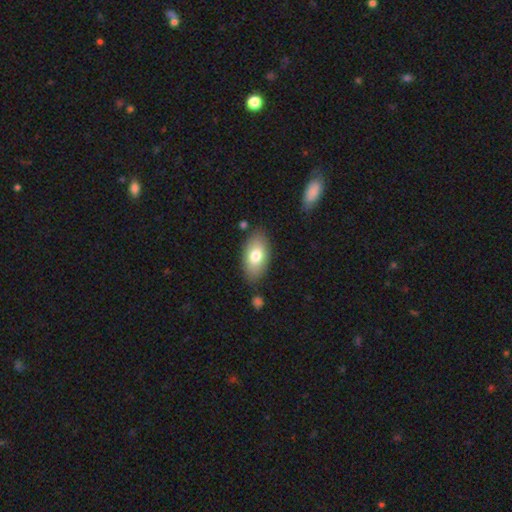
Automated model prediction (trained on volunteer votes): smooth 76%, featured or disk 18%, star or artifact 7%. Down the decision tree: how rounded — in between (93%); merging — none (81%).